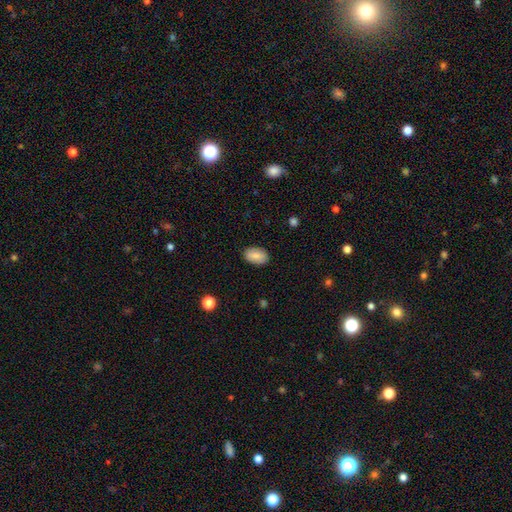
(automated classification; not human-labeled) smooth_or_featured: smooth (p=0.85) [alt: featured or disk p=0.08]
how_rounded: in between (p=0.91) [alt: round p=0.08]
merging: none (p=0.88) [alt: minor disturbance p=0.09]